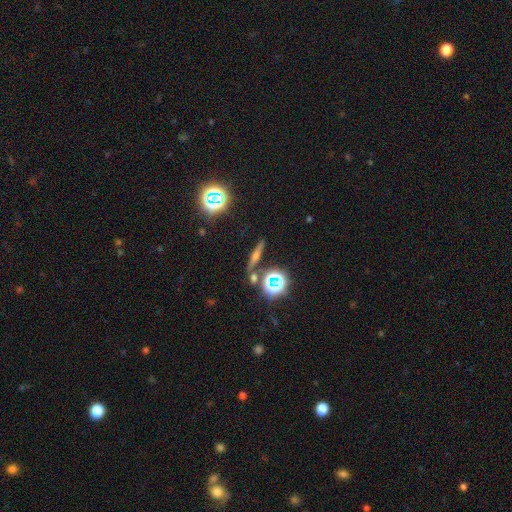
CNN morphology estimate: Q: Smooth or featured?
A: featured or disk (50%); runner-up: smooth (28%)
Q: Edge-on disk?
A: yes (91%); runner-up: no (9%)
Q: Merging?
A: none (82%); runner-up: minor disturbance (9%)